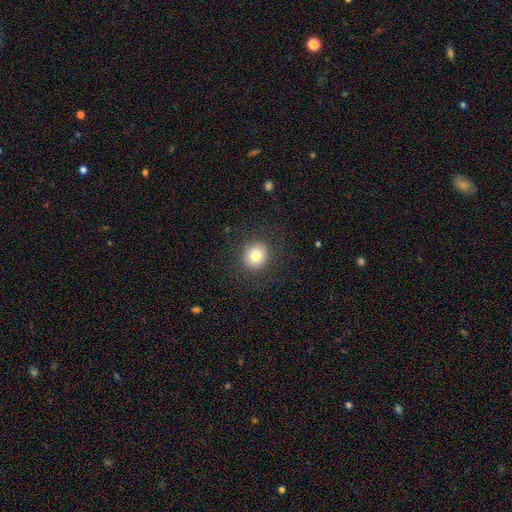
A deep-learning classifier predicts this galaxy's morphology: This is likely a smooth galaxy (80%). How rounded: clearly round (83%). Merging: clearly none (88%).